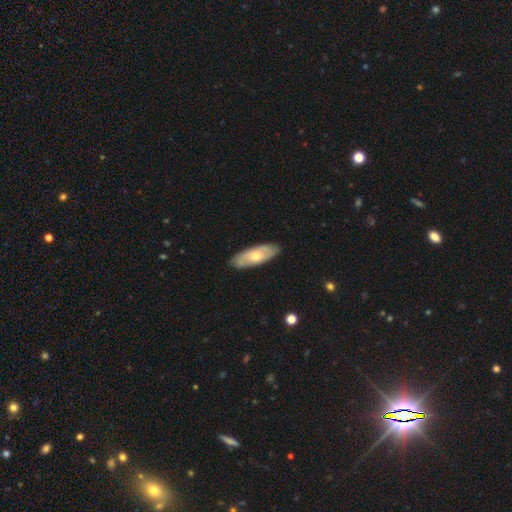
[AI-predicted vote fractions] Morphology: type=featured or disk (48%); merging=none (88%).